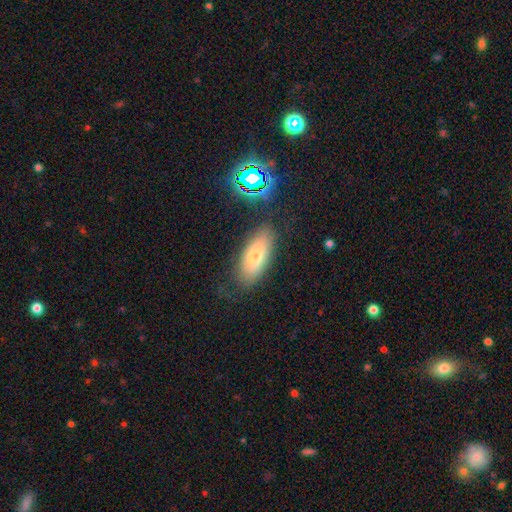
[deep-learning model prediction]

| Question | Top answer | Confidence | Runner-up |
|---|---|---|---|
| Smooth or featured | smooth | 66% | featured or disk (22%) |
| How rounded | in between | 81% | cigar-shaped (16%) |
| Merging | none | 76% | minor disturbance (17%) |